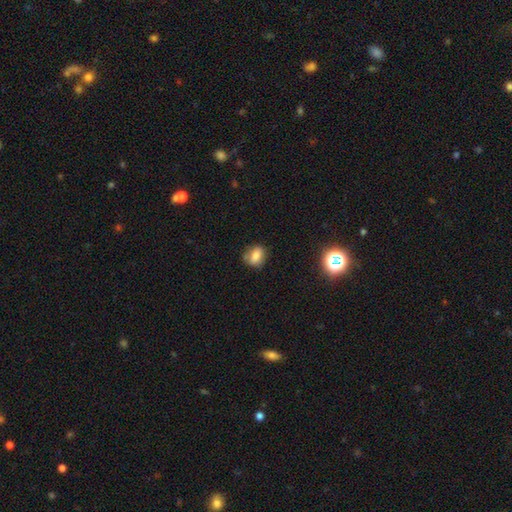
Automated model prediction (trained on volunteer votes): Smooth or featured?
  - smooth: 78% *
  - star or artifact: 11%
  - featured or disk: 11%
How rounded?
  - in between: 60% *
  - round: 38%
  - cigar-shaped: 2%
Merging?
  - none: 69% *
  - minor disturbance: 23%
  - major disturbance: 5%
  - merger: 3%